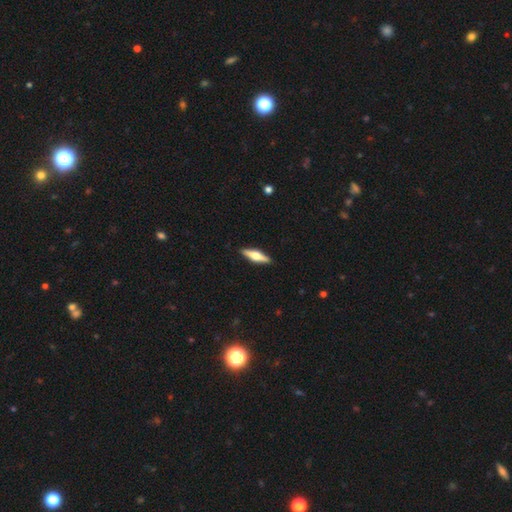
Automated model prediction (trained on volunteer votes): Overall: featured or disk (63%; smooth 32%). Edge-on disk: yes (97%). Edge-on bulge: rounded (92%). Merging: none (90%).